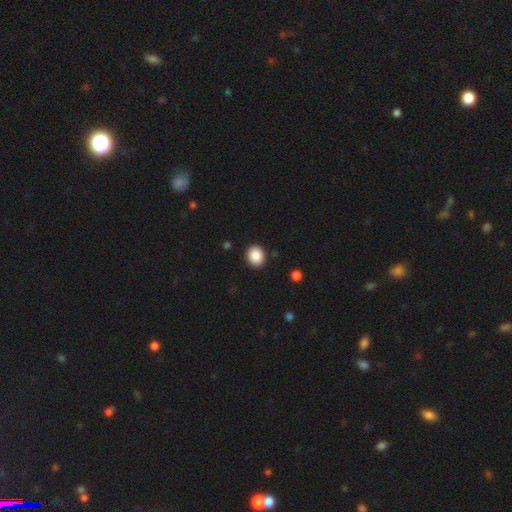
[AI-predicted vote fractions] The model was most divided on "how rounded": round: 73%, in between: 27%, cigar-shaped: 1%. More confident: merging — none (91%); smooth or featured — smooth (89%).